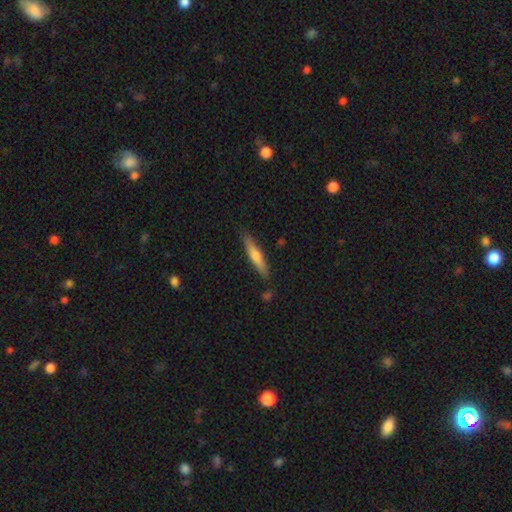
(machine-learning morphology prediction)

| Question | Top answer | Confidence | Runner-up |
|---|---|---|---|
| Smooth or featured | smooth | 51% | featured or disk (43%) |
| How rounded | cigar-shaped | 89% | in between (9%) |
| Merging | none | 86% | minor disturbance (10%) |